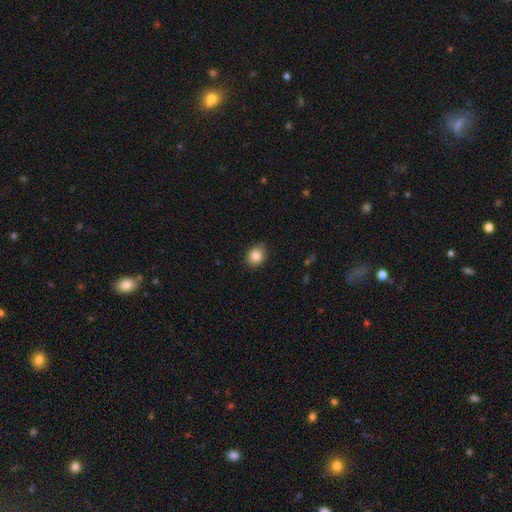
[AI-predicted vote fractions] Smooth or featured? smooth (84%)
How rounded? round (55%)
Merging? none (78%)